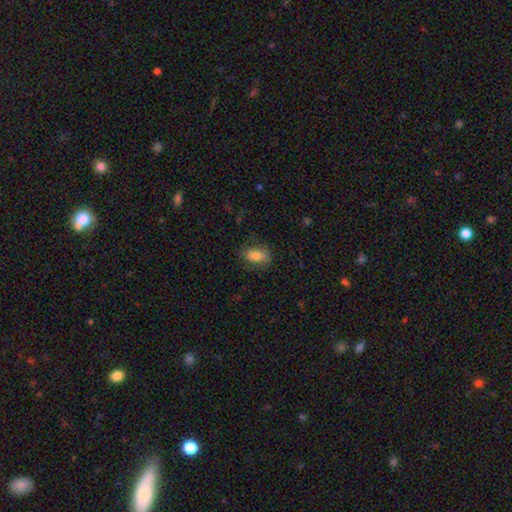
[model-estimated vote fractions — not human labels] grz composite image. It shows a smooth galaxy with no disk features (76%) that is in between round and cigar-shaped (83%). Merging: none (76%).